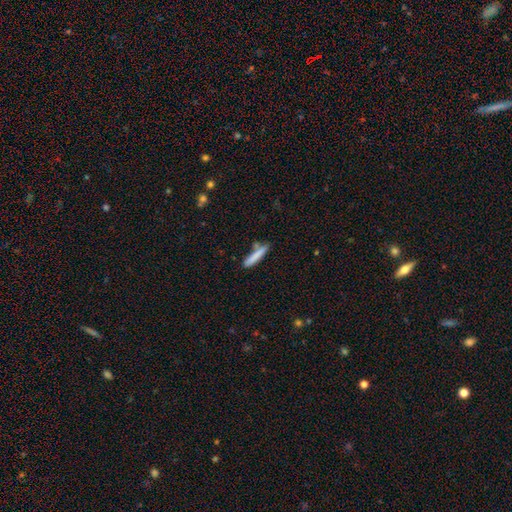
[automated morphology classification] This appears to be a smooth galaxy with no disk features (81%) that is cigar-shaped (90%). Merging: none (74%).